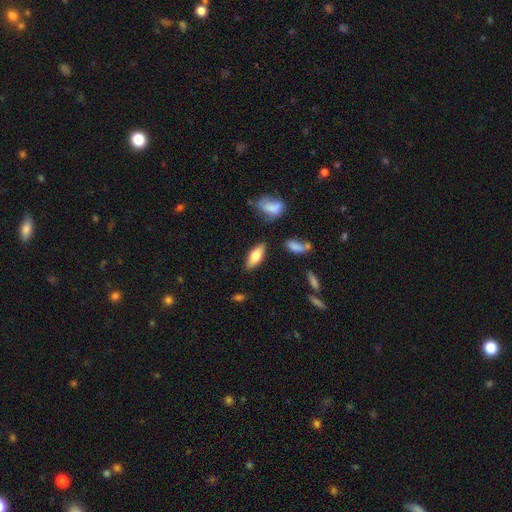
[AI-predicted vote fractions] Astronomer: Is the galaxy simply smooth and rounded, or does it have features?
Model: smooth — 67%.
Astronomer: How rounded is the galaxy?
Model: in between — 73%.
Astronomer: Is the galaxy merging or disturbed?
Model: none — 82%.